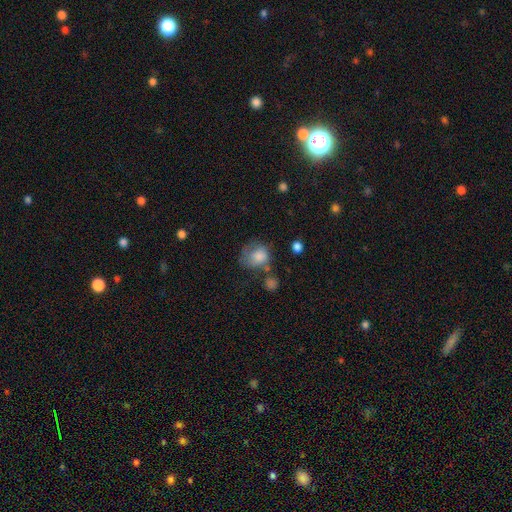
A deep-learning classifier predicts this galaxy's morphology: smooth-or-featured: smooth: 71% | featured or disk: 19% | star or artifact: 10%
  how-rounded: round: 60% | in between: 39% | cigar-shaped: 1%
  merging: none: 38% | minor disturbance: 28% | major disturbance: 23% | merger: 12%